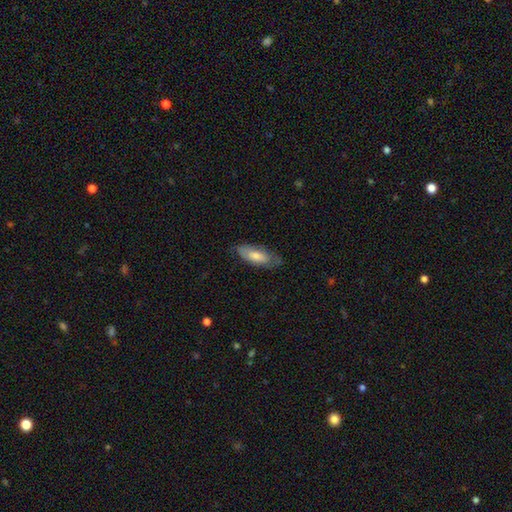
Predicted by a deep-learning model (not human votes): smooth-or-featured: smooth: 63% | featured or disk: 31% | star or artifact: 7%
  how-rounded: in between: 68% | cigar-shaped: 30% | round: 2%
  merging: none: 72% | minor disturbance: 22% | major disturbance: 5% | merger: 1%